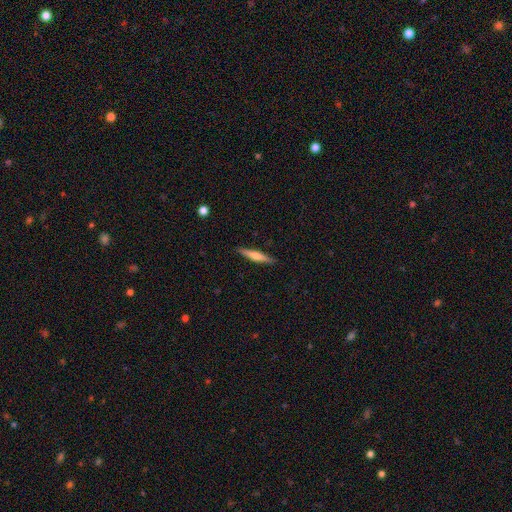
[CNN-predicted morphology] The model was most divided on "smooth or featured": featured or disk: 49%, smooth: 45%, star or artifact: 6%. More confident: merging — none (90%).